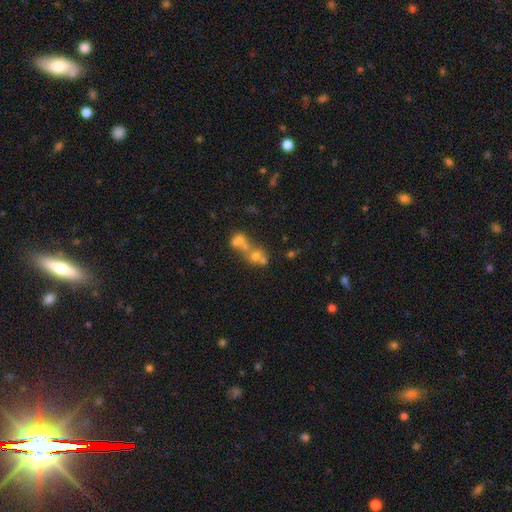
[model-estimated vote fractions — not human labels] Smooth or featured? Predicted: smooth (p=0.48). Merging? Predicted: merger (p=0.58).